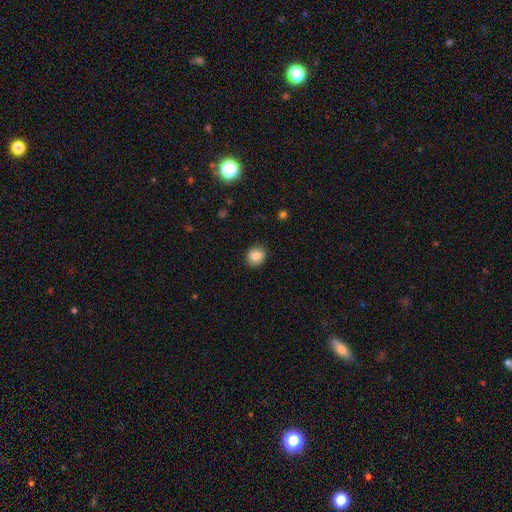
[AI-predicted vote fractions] Morphology: type=smooth (86%); roundness=round (65%); merging=none (87%).